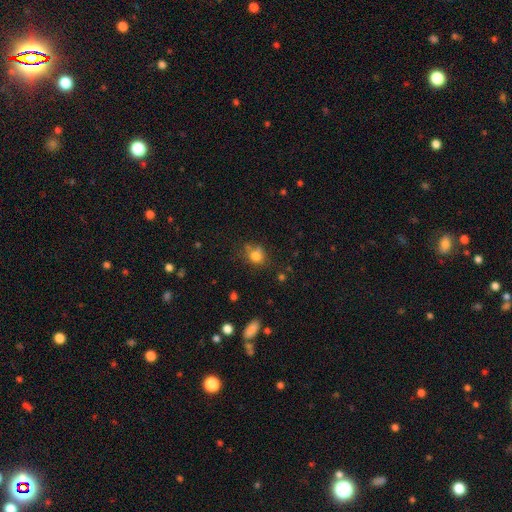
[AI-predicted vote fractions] Overall: smooth (77%). How rounded: round (65%; in between 34%). Merging: none (57%; minor disturbance 23%).